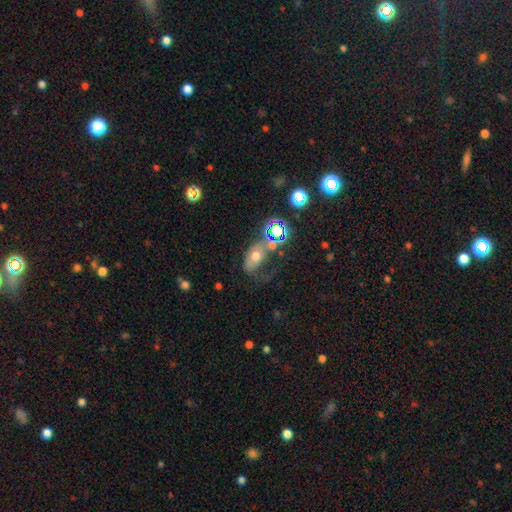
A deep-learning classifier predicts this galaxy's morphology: A smooth galaxy with no disk features (49%).

Vote fractions:
- Smooth or featured? smooth: 49% / featured or disk: 32% / star or artifact: 19%
- Merging? major disturbance: 30% / none: 29% / merger: 21% / minor disturbance: 20%